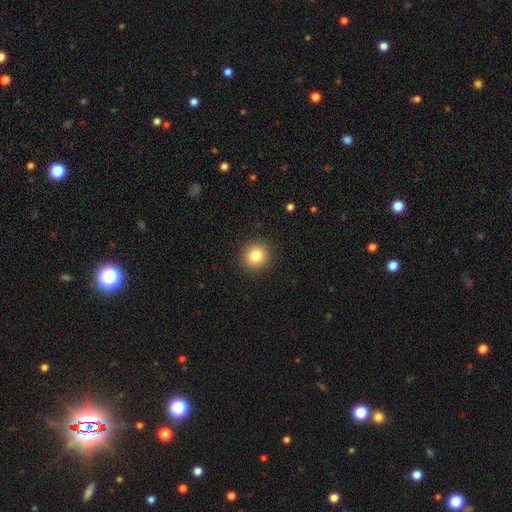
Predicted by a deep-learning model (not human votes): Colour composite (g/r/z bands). It shows a smooth galaxy with no disk features (83%) that is round (92%). Merging: none (92%).